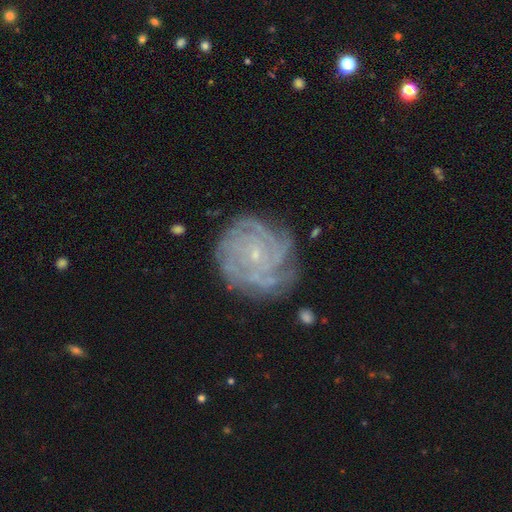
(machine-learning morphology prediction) Smooth or featured? featured or disk (85%)
Edge-on disk? no (98%)
Bar? no (77%)
Spiral arms? yes (97%)
Spiral winding? tight (78%)
Spiral arm count? 4 (29%)
Bulge size? small (87%)
Merging? none (72%)